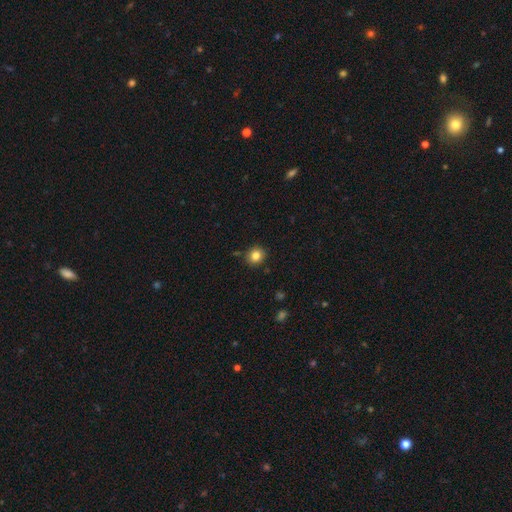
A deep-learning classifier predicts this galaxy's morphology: A smooth galaxy with no disk features (83%) that is round (85%).

Vote fractions:
- Smooth or featured? smooth: 83% / star or artifact: 11% / featured or disk: 6%
- How rounded? round: 85% / in between: 14% / cigar-shaped: 1%
- Merging? none: 87% / minor disturbance: 8% / merger: 2% / major disturbance: 2%